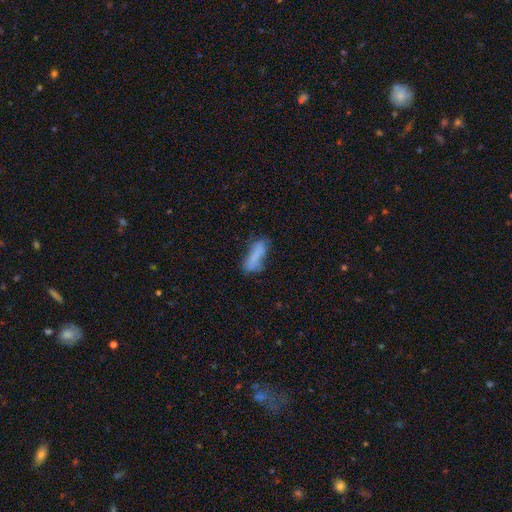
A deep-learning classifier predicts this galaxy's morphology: Smooth or featured?
  - smooth: 70% *
  - featured or disk: 21%
  - star or artifact: 10%
How rounded?
  - in between: 55% *
  - cigar-shaped: 43%
  - round: 3%
Merging?
  - none: 47% *
  - minor disturbance: 28%
  - major disturbance: 16%
  - merger: 9%